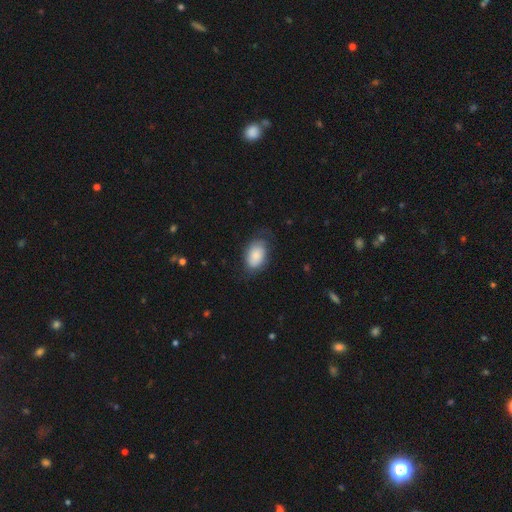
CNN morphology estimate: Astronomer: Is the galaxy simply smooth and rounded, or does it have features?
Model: smooth — 81%.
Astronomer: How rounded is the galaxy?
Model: in between — 89%.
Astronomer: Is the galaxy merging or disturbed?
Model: none — 64%.